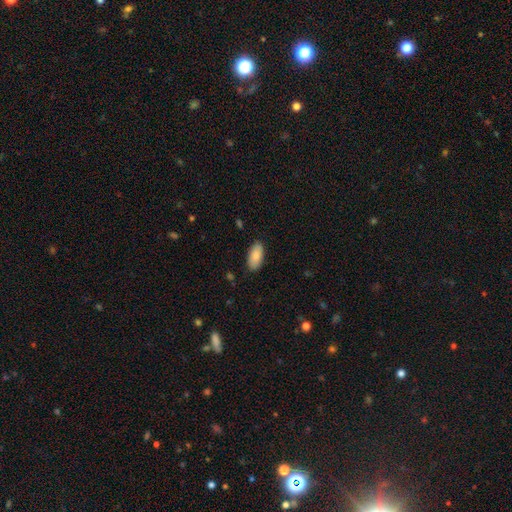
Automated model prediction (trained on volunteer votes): Q: Smooth or featured?
A: smooth (87%); runner-up: featured or disk (7%)
Q: How rounded?
A: in between (92%); runner-up: cigar-shaped (6%)
Q: Merging?
A: none (86%); runner-up: minor disturbance (11%)